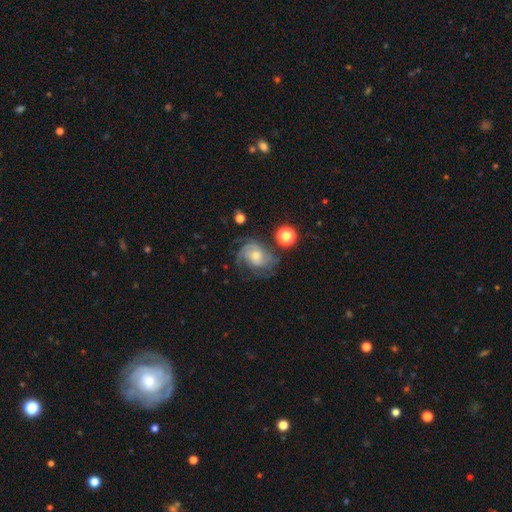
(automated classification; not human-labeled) This is likely a featured or disk galaxy (75%). It is clearly not viewed edge-on (98%). Bar: likely no (70%). Spiral arm pattern: clearly yes (92%). Spiral arm count: marginally can't tell (31%). Spiral winding: marginally tight (43%). Central bulge: possibly small (48%). Merging: possibly none (54%).